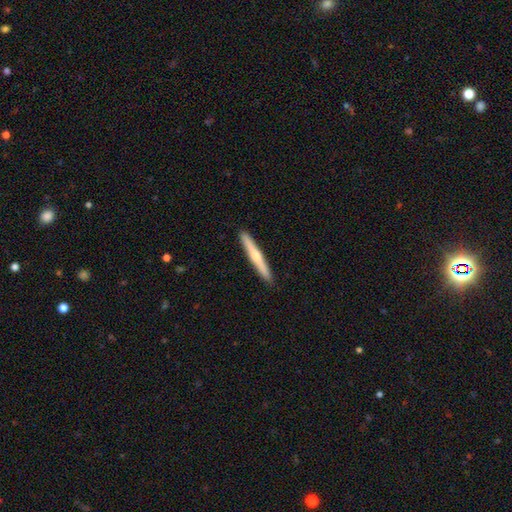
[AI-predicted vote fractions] A featured or disk galaxy (48%).

Vote fractions:
- Smooth or featured? featured or disk: 48% / smooth: 47% / star or artifact: 5%
- Merging? none: 92% / minor disturbance: 6% / major disturbance: 1% / merger: 1%